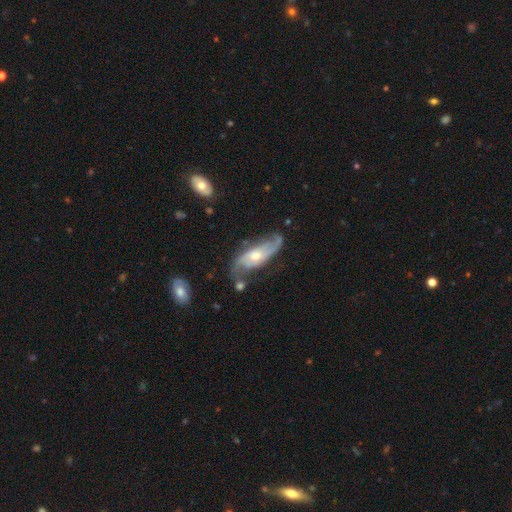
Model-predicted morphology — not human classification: Smooth or featured: featured or disk — 82% (smooth — 12%)
Edge-on disk: no — 88% (yes — 12%)
Bar: no — 57% (weak — 32%)
Spiral arms: yes — 94% (no — 6%)
Spiral winding: medium — 41% (loose — 39%)
Spiral arm count: 2 — 81% (can't tell — 10%)
Bulge size: moderate — 52% (small — 42%)
Merging: none — 62% (minor disturbance — 22%)